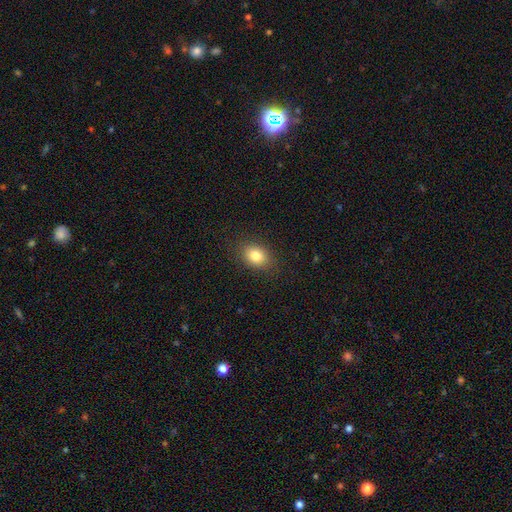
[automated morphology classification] This appears to be a smooth galaxy with no disk features (82%) that is in between round and cigar-shaped (68%). Merging: none (87%).